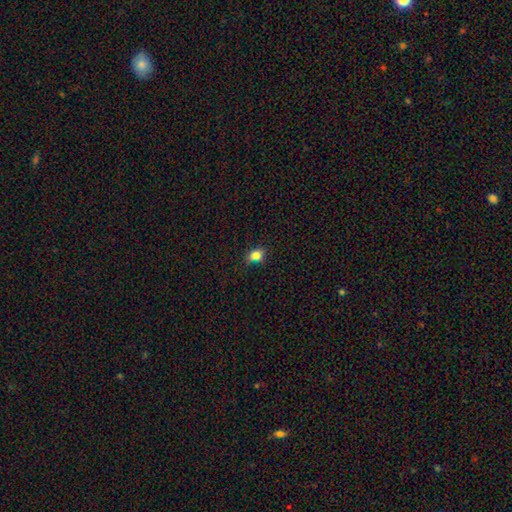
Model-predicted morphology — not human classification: This is likely a smooth galaxy (79%). How rounded: possibly round (49%, tied with in between). Merging: likely none (65%).